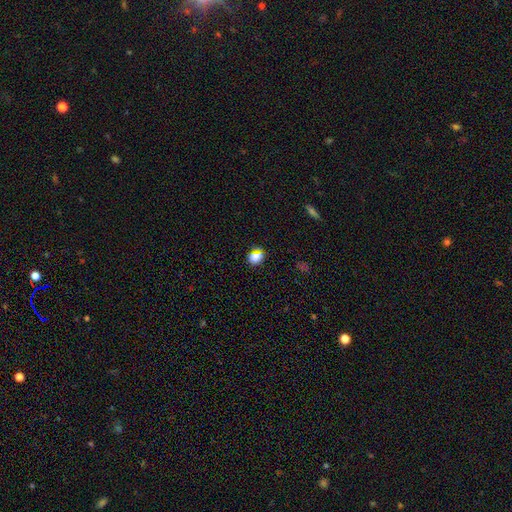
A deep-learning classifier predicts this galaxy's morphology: Overall: smooth (69%). How rounded: round (60%; in between 37%). Merging: none (81%).